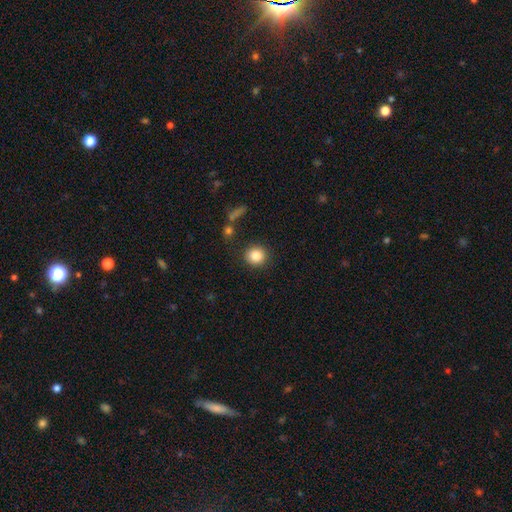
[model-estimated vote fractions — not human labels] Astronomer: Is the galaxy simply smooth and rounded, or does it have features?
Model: smooth — 86%.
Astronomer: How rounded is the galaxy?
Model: round — 90%.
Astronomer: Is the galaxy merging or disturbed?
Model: none — 86%.